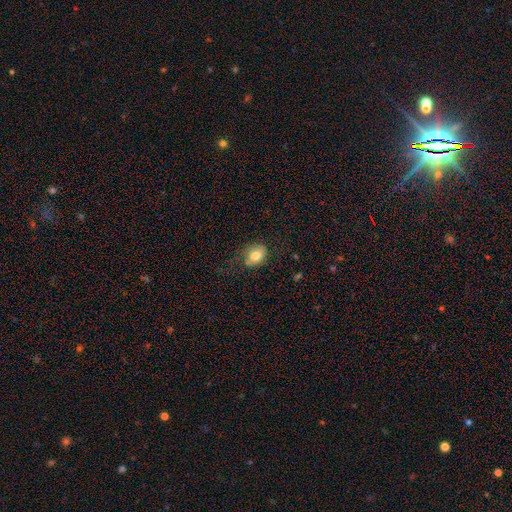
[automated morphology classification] Q: Smooth or featured?
A: smooth (76%); runner-up: featured or disk (16%)
Q: How rounded?
A: in between (68%); runner-up: round (31%)
Q: Merging?
A: none (60%); runner-up: minor disturbance (26%)